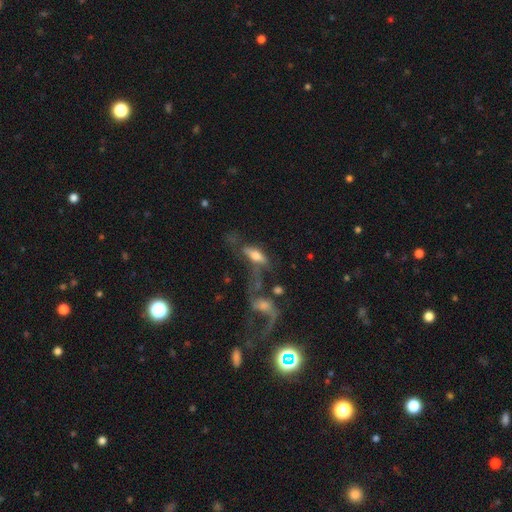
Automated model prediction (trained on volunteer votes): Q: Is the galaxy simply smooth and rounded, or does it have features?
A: featured or disk — 46%.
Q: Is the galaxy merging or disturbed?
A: merger — 32%.